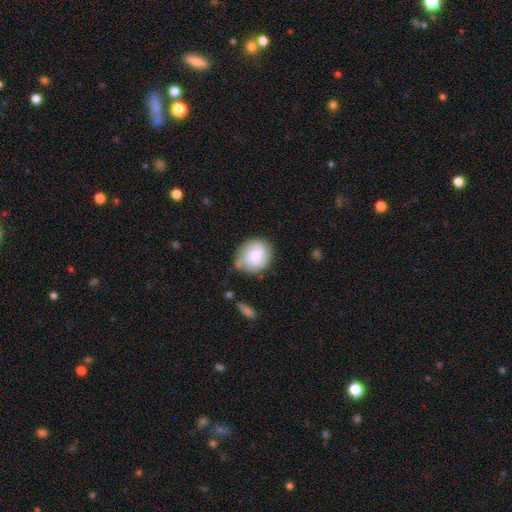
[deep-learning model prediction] smooth_or_featured: smooth (p=0.62) [alt: featured or disk p=0.31]
how_rounded: round (p=0.76) [alt: in between p=0.23]
merging: none (p=0.61) [alt: minor disturbance p=0.25]